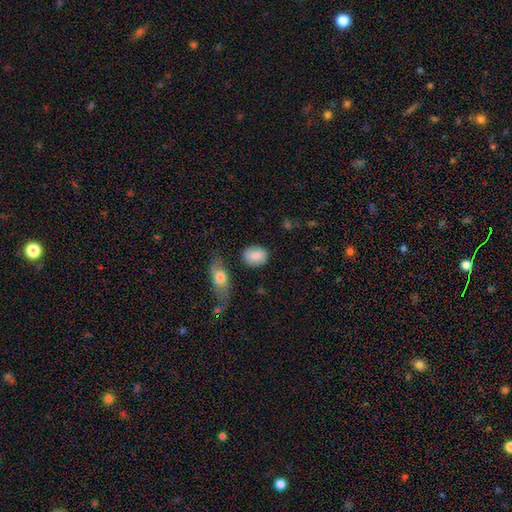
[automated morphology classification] This appears to be a smooth galaxy with no disk features (83%) that is round (51%). Merging: none (80%).